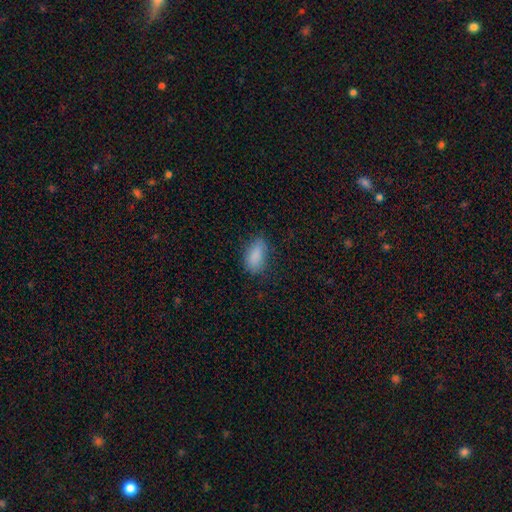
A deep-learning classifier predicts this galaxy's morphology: This is clearly a smooth galaxy (87%). How rounded: clearly in between (91%). Merging: likely none (74%).